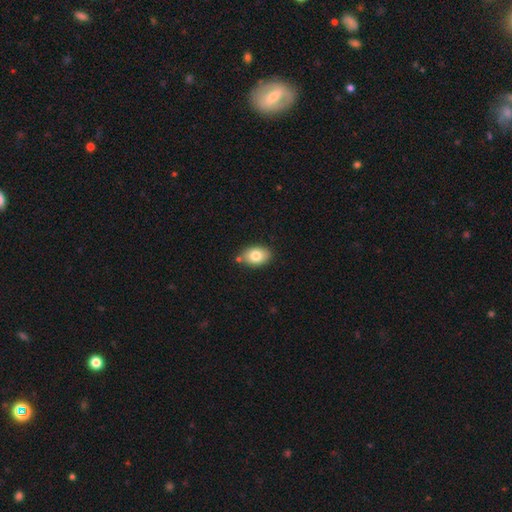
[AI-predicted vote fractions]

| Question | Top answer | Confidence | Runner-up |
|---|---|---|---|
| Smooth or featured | smooth | 80% | featured or disk (12%) |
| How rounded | in between | 82% | round (17%) |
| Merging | none | 77% | minor disturbance (14%) |